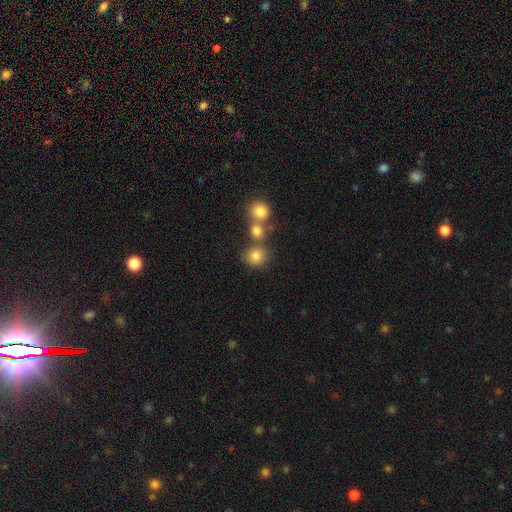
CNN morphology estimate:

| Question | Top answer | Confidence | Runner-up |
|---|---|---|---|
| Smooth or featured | smooth | 79% | star or artifact (13%) |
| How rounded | round | 83% | in between (16%) |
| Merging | none | 61% | merger (25%) |